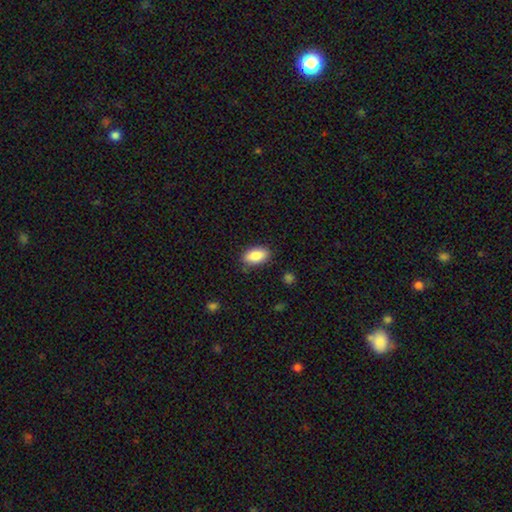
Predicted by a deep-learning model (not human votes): smooth_or_featured: smooth (p=0.86) [alt: star or artifact p=0.07]
how_rounded: in between (p=0.90) [alt: cigar-shaped p=0.05]
merging: none (p=0.83) [alt: minor disturbance p=0.13]